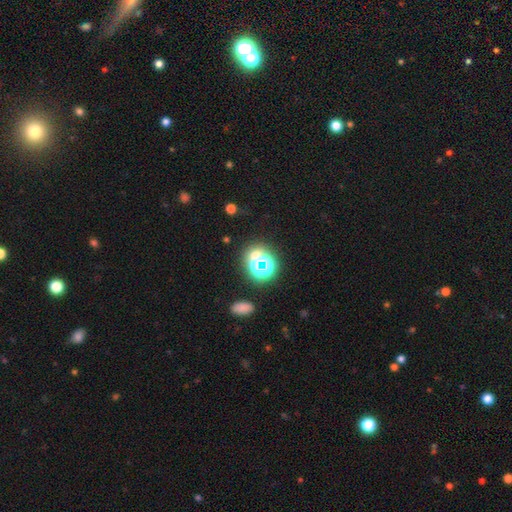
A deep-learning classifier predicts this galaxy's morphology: type=star or artifact (56%).